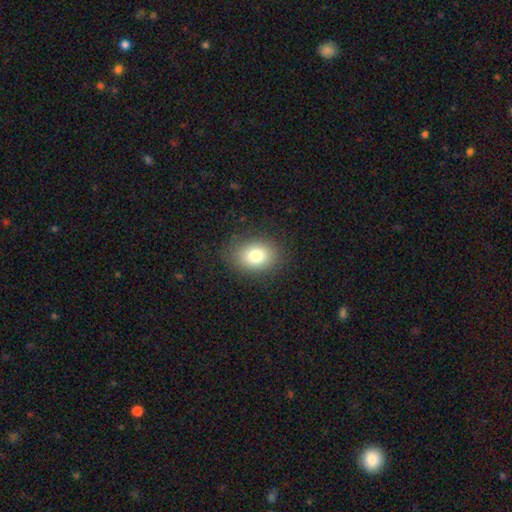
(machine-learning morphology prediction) smooth 79%, star or artifact 11%, featured or disk 10%. Down the decision tree: how rounded — in between (59%); merging — none (84%).